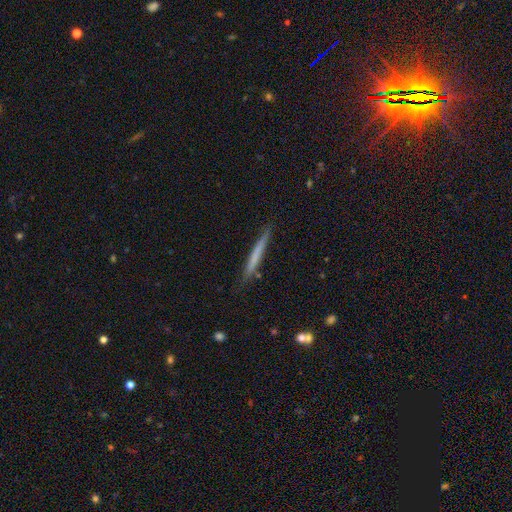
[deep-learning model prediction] A smooth galaxy with no disk features (56%) that is cigar-shaped (97%).

Vote fractions:
- Smooth or featured? smooth: 56% / featured or disk: 38% / star or artifact: 6%
- How rounded? cigar-shaped: 97% / in between: 2% / round: 1%
- Merging? none: 86% / minor disturbance: 11% / major disturbance: 2% / merger: 2%